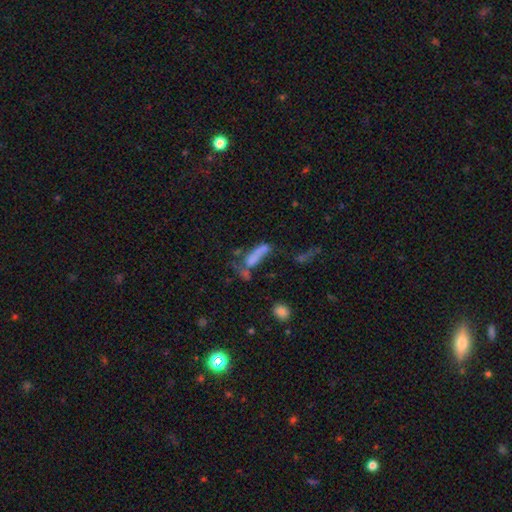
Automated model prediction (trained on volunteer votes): Morphology: type=smooth (61%); roundness=in between (48%, tied with cigar-shaped); merging=merger (37%).